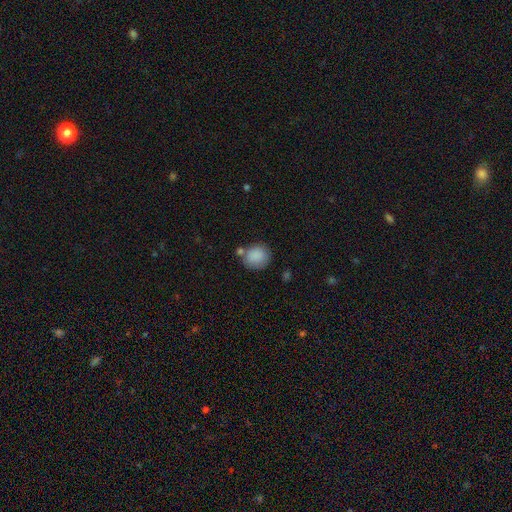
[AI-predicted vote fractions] This is clearly a smooth galaxy (87%). How rounded: clearly round (81%). Merging: likely none (66%).